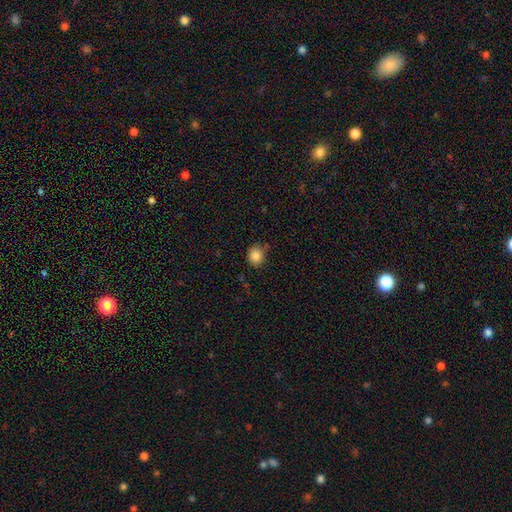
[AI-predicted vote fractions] smooth_or_featured: smooth (p=0.86) [alt: star or artifact p=0.10]
how_rounded: round (p=0.74) [alt: in between p=0.25]
merging: none (p=0.79) [alt: minor disturbance p=0.15]